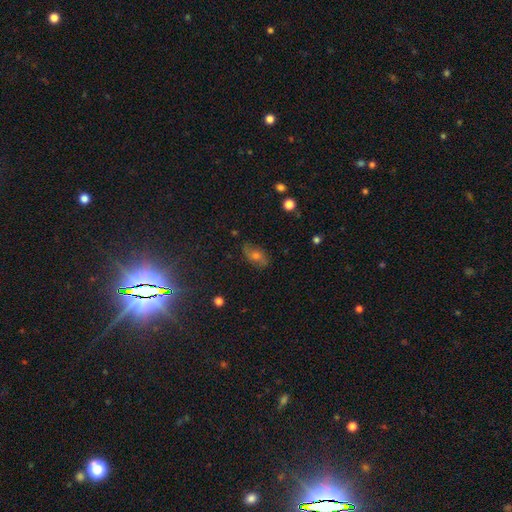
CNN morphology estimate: Smooth or featured: featured or disk — 44% (smooth — 30%)
Merging: none — 76% (minor disturbance — 16%)